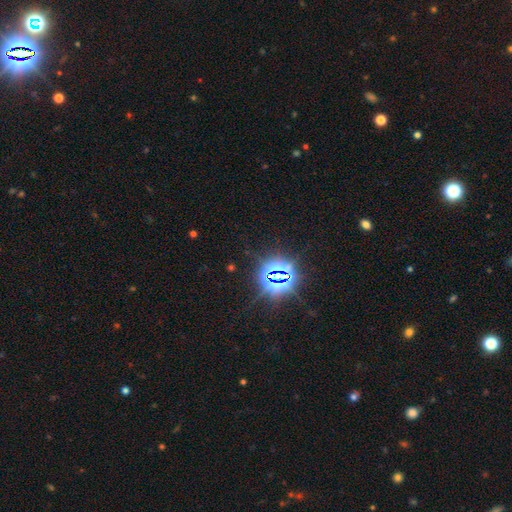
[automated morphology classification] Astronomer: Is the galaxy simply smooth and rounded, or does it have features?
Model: star or artifact — 83%.